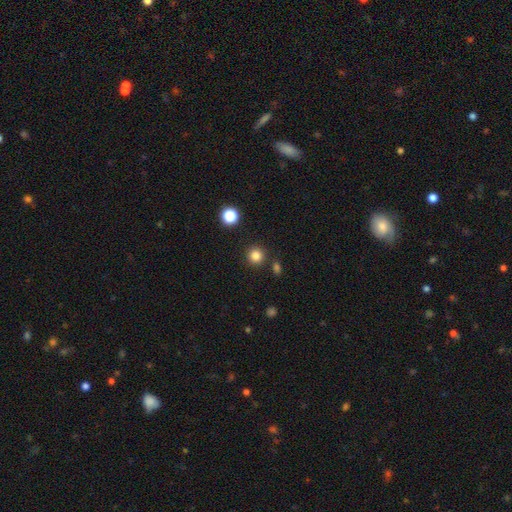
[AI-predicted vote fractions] smooth-or-featured: smooth: 83% | star or artifact: 13% | featured or disk: 5%
  how-rounded: round: 95% | in between: 4% | cigar-shaped: 1%
  merging: none: 88% | minor disturbance: 6% | merger: 4% | major disturbance: 2%